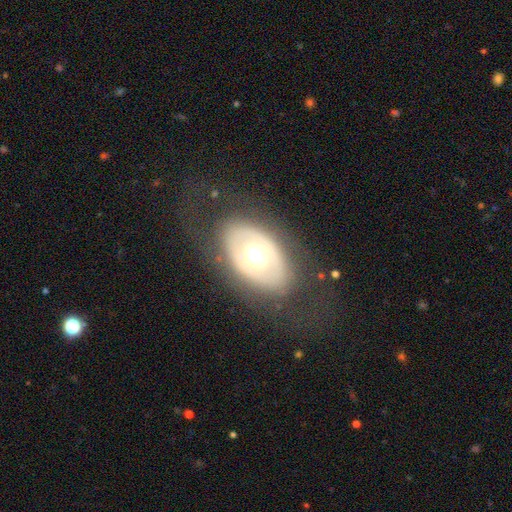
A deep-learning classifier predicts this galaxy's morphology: smooth-or-featured: featured or disk: 53% | smooth: 39% | star or artifact: 7%
  disk-edge-on: no: 87% | yes: 13%
  merging: none: 75% | minor disturbance: 14% | major disturbance: 10% | merger: 1%